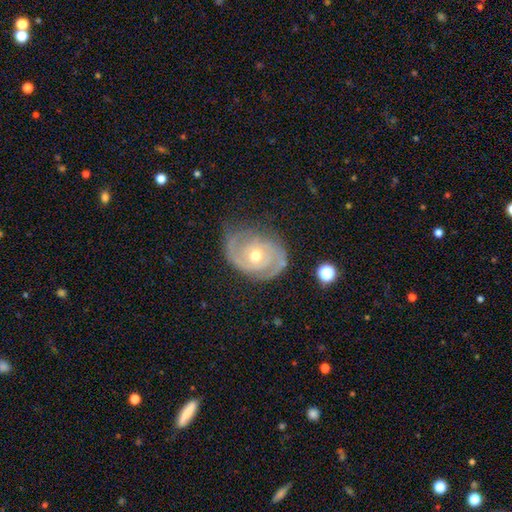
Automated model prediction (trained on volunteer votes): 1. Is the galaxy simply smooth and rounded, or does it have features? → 88% featured or disk, 6% smooth, 5% star or artifact.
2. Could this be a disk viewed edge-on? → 97% no, 3% yes.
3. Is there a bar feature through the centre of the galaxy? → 72% no, 22% weak, 6% strong.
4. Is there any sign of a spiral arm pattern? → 96% yes, 4% no.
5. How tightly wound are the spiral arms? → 65% tight, 29% medium, 6% loose.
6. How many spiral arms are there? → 72% 2, 10% can't tell, 10% 3, 4% 1, 3% 4, 2% more than 4.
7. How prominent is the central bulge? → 62% moderate, 35% small, 2% large, 1% none, 1% dominant.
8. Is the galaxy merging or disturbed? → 72% none, 20% minor disturbance, 7% major disturbance, 2% merger.